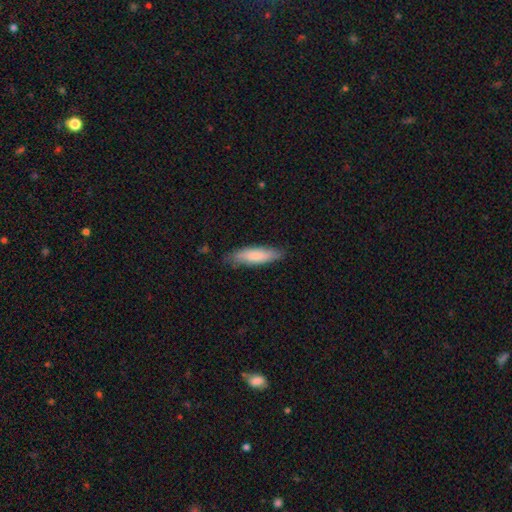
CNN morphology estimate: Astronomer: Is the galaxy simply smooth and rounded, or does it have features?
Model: smooth — 79%.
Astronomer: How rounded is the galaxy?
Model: cigar-shaped — 63%.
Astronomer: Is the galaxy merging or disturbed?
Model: none — 78%.